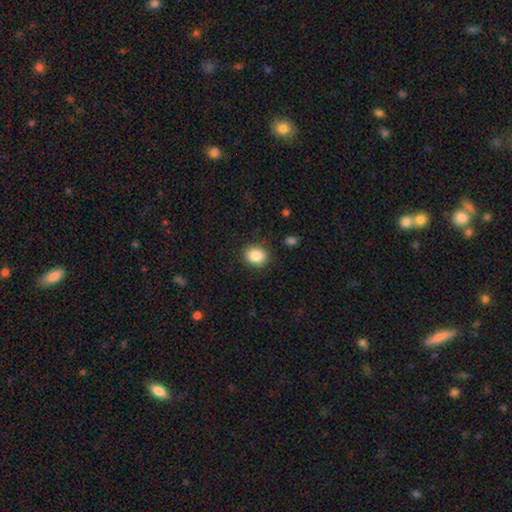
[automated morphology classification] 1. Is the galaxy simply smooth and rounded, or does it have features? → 88% smooth, 8% star or artifact, 4% featured or disk.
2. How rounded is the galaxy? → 53% round, 46% in between, 1% cigar-shaped.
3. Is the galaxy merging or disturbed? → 87% none, 9% minor disturbance, 3% major disturbance, 1% merger.